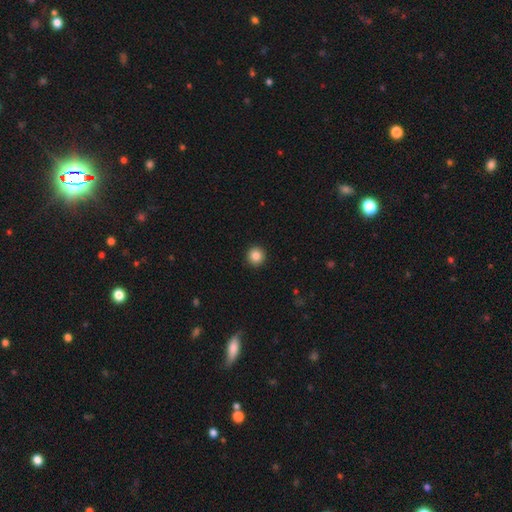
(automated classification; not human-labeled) Smooth or featured?
  - smooth: 86% *
  - star or artifact: 10%
  - featured or disk: 5%
How rounded?
  - round: 95% *
  - in between: 4%
  - cigar-shaped: 1%
Merging?
  - none: 93% *
  - minor disturbance: 4%
  - major disturbance: 1%
  - merger: 1%